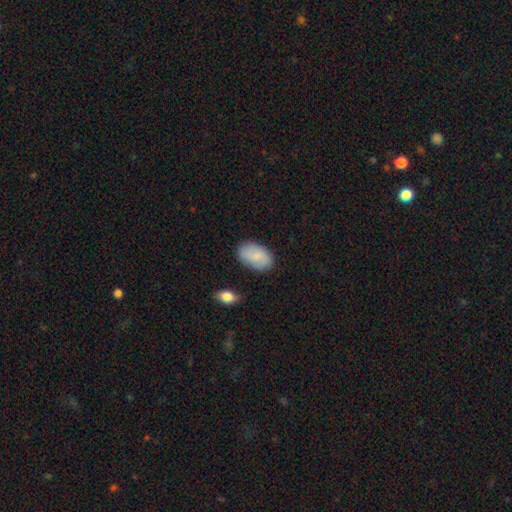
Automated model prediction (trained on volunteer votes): Morphology: type=smooth (78%); roundness=in between (93%); merging=none (82%).